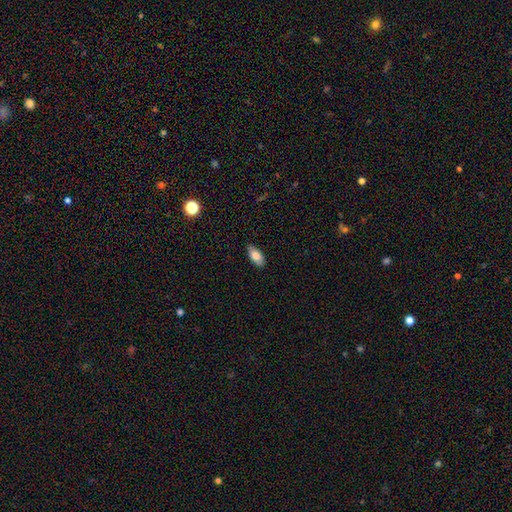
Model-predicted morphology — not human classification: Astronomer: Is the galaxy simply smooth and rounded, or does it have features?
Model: smooth — 79%.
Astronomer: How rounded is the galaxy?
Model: in between — 89%.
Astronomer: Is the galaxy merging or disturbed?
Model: none — 86%.